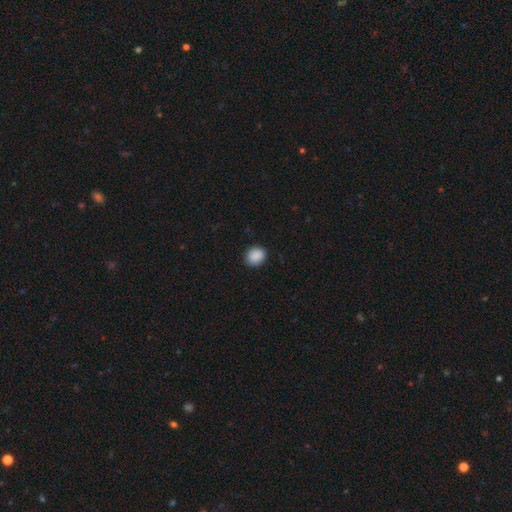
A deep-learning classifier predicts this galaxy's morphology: smooth-or-featured: smooth: 89% | star or artifact: 8% | featured or disk: 3%
  how-rounded: round: 66% | in between: 33% | cigar-shaped: 1%
  merging: none: 89% | minor disturbance: 8% | major disturbance: 2% | merger: 1%